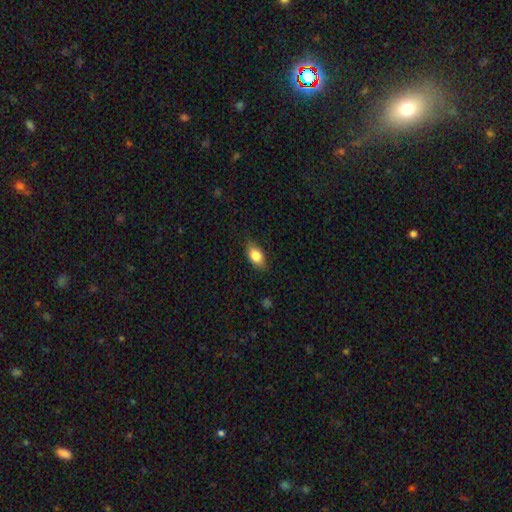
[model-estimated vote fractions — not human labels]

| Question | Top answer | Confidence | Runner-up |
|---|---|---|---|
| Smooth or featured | smooth | 83% | featured or disk (10%) |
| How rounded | in between | 88% | round (8%) |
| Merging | none | 82% | minor disturbance (14%) |